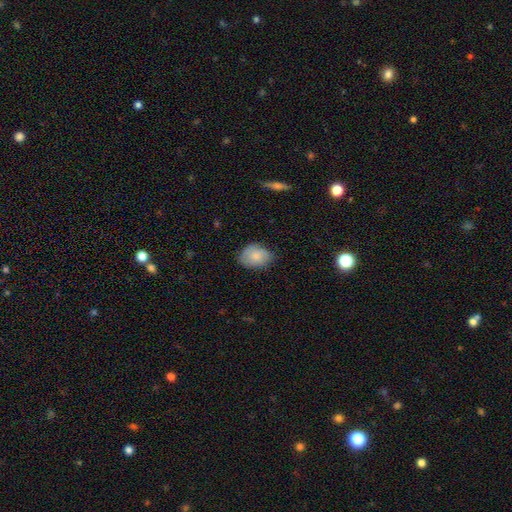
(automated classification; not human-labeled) smooth 79%, featured or disk 14%, star or artifact 7%. Down the decision tree: how rounded — in between (67%); merging — none (66%).